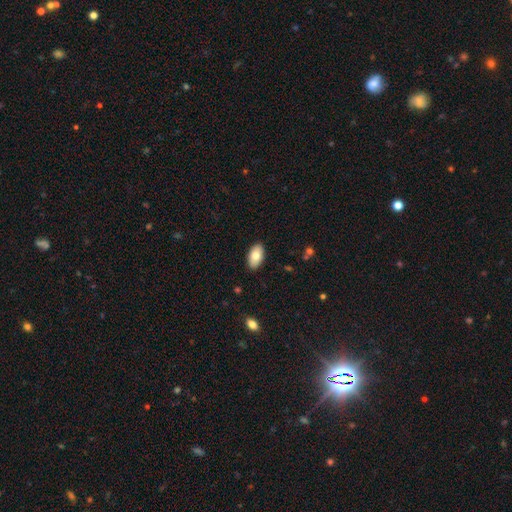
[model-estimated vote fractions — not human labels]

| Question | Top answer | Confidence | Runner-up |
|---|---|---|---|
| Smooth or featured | smooth | 79% | featured or disk (14%) |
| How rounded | in between | 95% | round (3%) |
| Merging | none | 89% | minor disturbance (8%) |